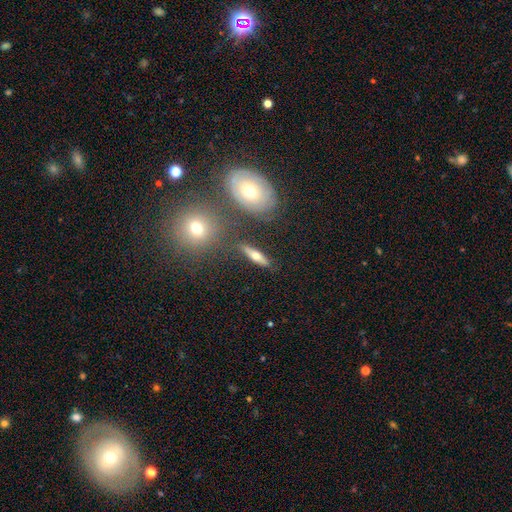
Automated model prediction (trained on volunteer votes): The model was most divided on "smooth or featured": featured or disk: 50%, smooth: 41%, star or artifact: 8%. More confident: edge-on disk — yes (86%); merging — none (83%).